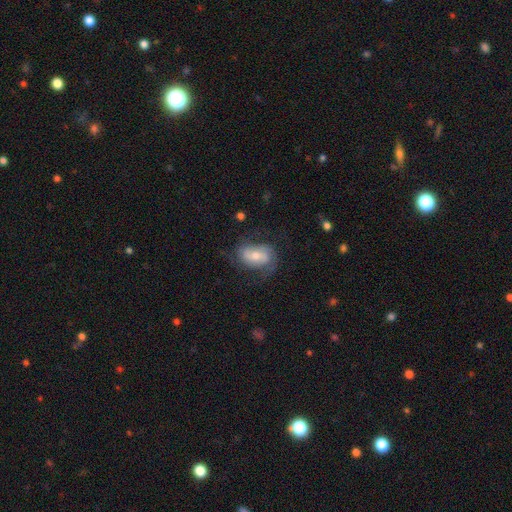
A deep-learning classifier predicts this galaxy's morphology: Smooth or featured: featured or disk — 60% (smooth — 32%)
Edge-on disk: no — 95% (yes — 5%)
Bar: no — 47% (weak — 38%)
Spiral arms: yes — 82% (no — 18%)
Bulge size: moderate — 55% (small — 37%)
Merging: none — 58% (minor disturbance — 23%)